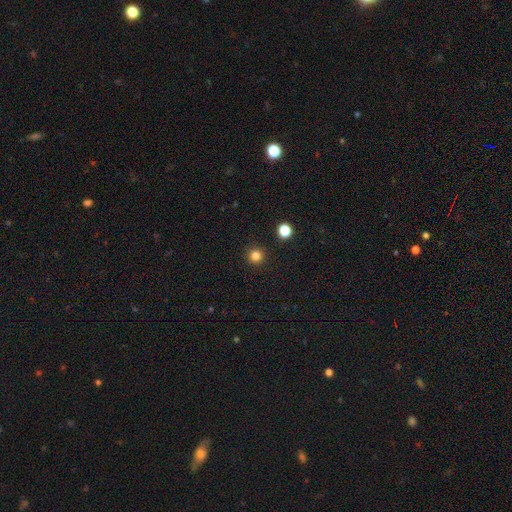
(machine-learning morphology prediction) Smooth or featured? smooth (82%)
How rounded? round (96%)
Merging? none (93%)